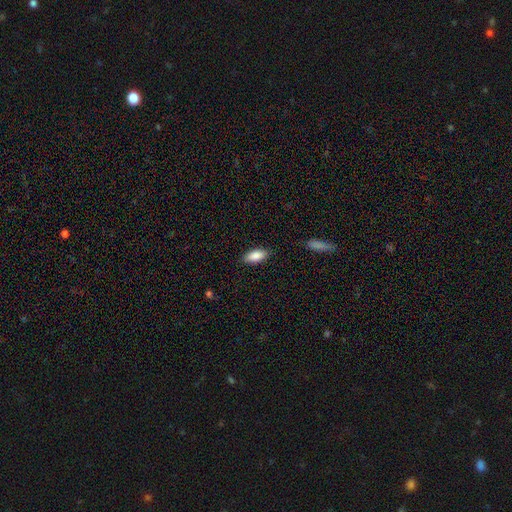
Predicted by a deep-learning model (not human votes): A smooth galaxy with no disk features (87%) that is in between round and cigar-shaped (85%). Merging: none (87%).